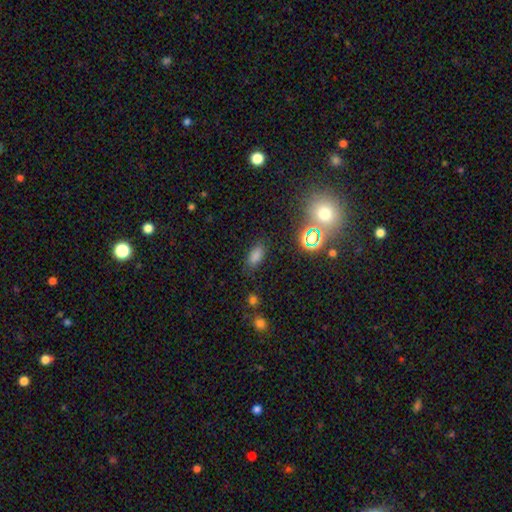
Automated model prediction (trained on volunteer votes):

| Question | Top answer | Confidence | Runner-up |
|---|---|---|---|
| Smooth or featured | smooth | 74% | star or artifact (19%) |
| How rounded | in between | 87% | cigar-shaped (7%) |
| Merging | none | 81% | minor disturbance (13%) |